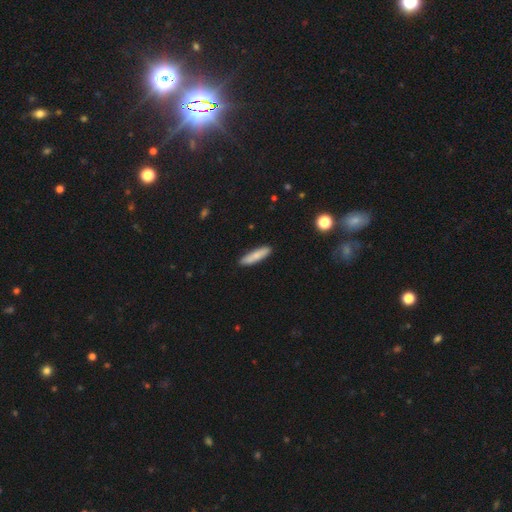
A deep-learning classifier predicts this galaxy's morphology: smooth-or-featured: smooth: 78% | featured or disk: 17% | star or artifact: 6%
  how-rounded: cigar-shaped: 77% | in between: 22% | round: 2%
  merging: none: 88% | minor disturbance: 9% | major disturbance: 2% | merger: 1%